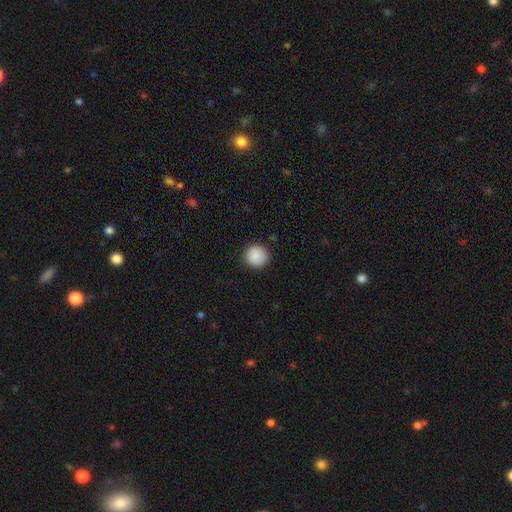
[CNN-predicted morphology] A smooth galaxy with no disk features (89%) that is round (95%).

Vote fractions:
- Smooth or featured? smooth: 89% / star or artifact: 8% / featured or disk: 3%
- How rounded? round: 95% / in between: 4% / cigar-shaped: 1%
- Merging? none: 91% / minor disturbance: 6% / major disturbance: 2% / merger: 1%